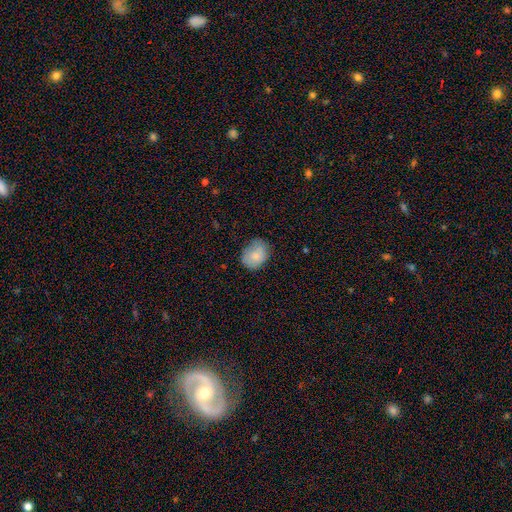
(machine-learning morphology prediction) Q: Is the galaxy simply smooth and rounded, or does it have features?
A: smooth — 80%.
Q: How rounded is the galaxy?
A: in between — 55%.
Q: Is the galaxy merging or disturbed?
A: none — 70%.